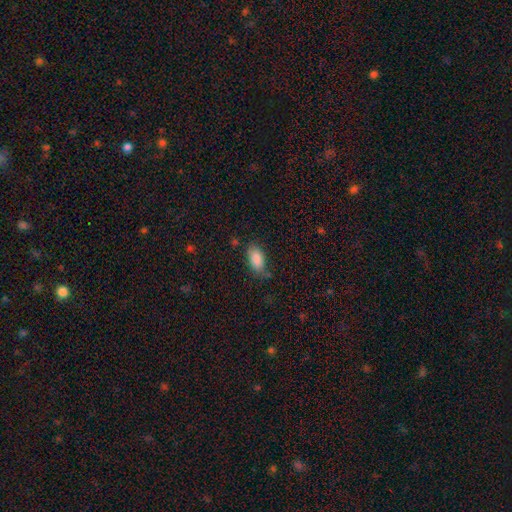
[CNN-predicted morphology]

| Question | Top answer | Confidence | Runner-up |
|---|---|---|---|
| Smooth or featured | smooth | 82% | star or artifact (12%) |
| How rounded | in between | 88% | cigar-shaped (8%) |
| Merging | none | 77% | minor disturbance (17%) |